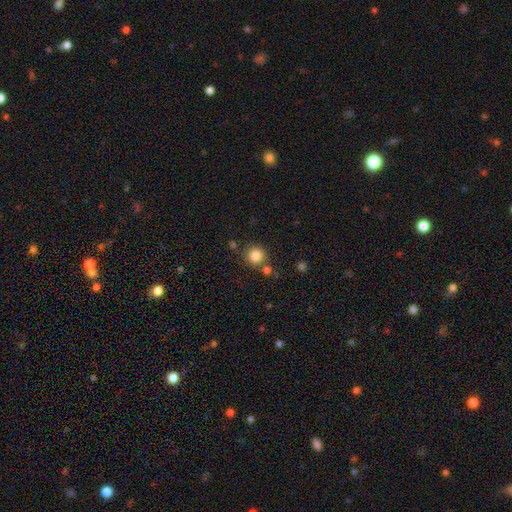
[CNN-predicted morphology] type=smooth (84%); roundness=round (92%); merging=none (77%).